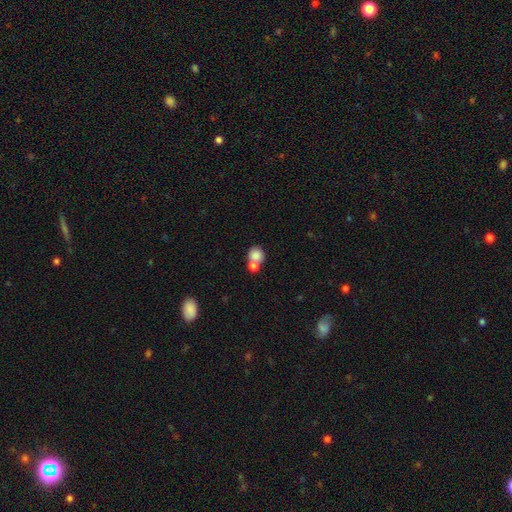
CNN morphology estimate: Overall: smooth (82%). How rounded: round (80%). Merging: merger (53%; none 35%).